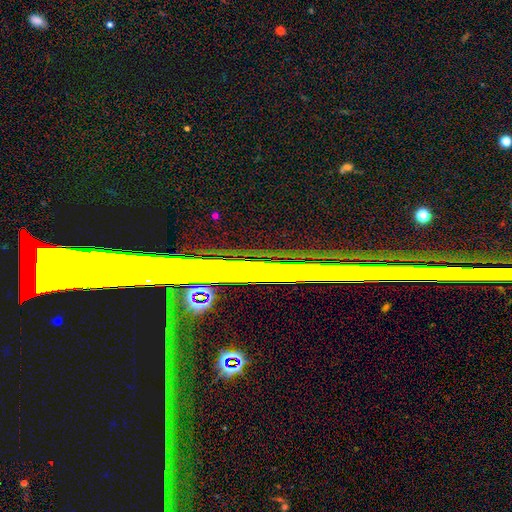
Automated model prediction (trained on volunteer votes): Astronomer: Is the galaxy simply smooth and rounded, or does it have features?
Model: star or artifact — 76%.